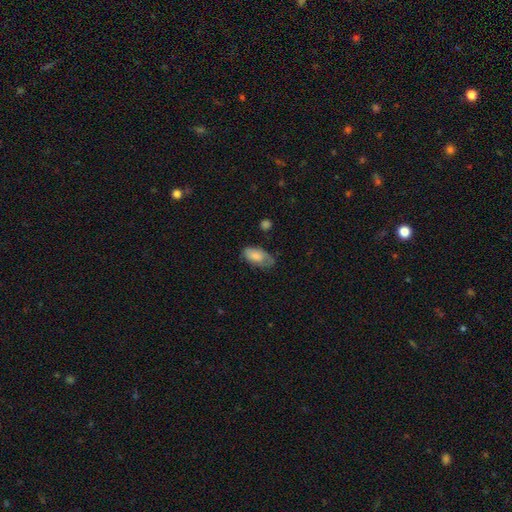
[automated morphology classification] smooth-or-featured: smooth: 76% | featured or disk: 17% | star or artifact: 7%
  how-rounded: in between: 93% | round: 4% | cigar-shaped: 4%
  merging: none: 50% | minor disturbance: 35% | major disturbance: 13% | merger: 2%